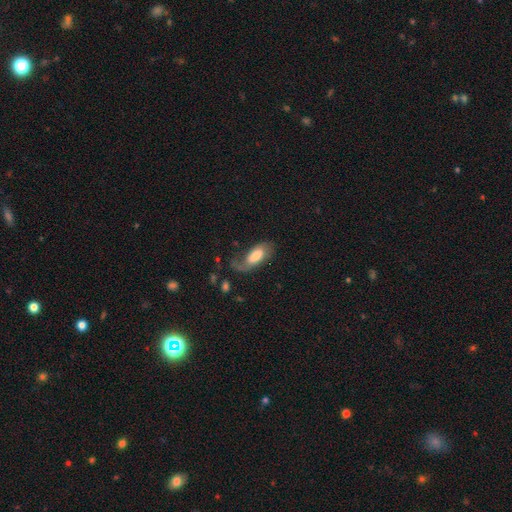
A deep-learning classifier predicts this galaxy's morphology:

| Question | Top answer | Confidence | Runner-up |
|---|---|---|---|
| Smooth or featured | smooth | 56% | featured or disk (37%) |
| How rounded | in between | 87% | cigar-shaped (10%) |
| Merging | none | 39% | major disturbance (32%) |